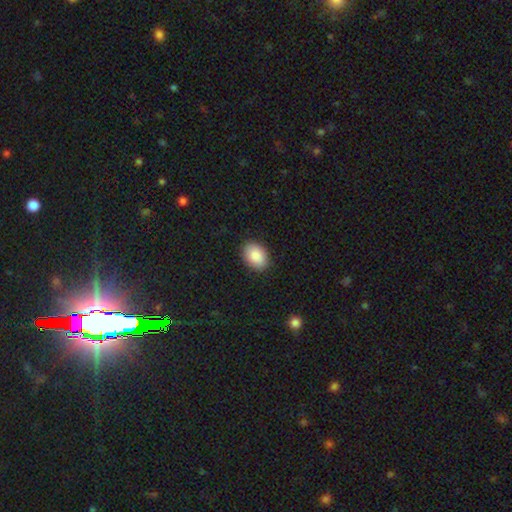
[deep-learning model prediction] This is clearly a smooth galaxy (89%). How rounded: likely in between (78%). Merging: clearly none (88%).